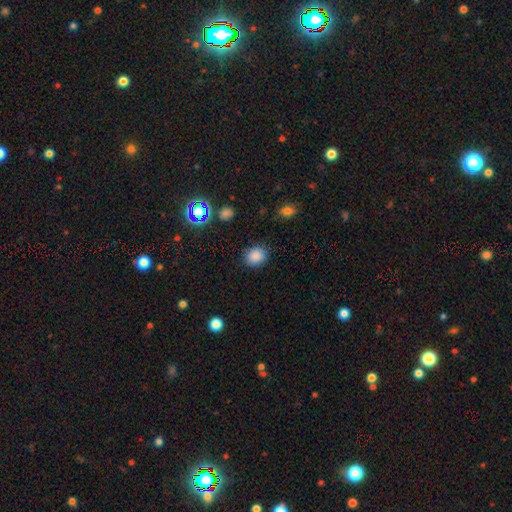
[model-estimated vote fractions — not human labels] The model was most divided on "how rounded": round: 61%, in between: 38%, cigar-shaped: 1%. More confident: merging — none (84%); smooth or featured — smooth (84%).